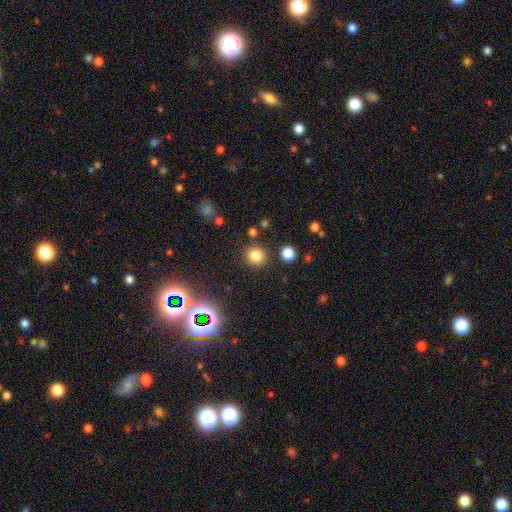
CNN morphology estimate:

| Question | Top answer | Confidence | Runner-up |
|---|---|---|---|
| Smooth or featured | smooth | 80% | star or artifact (15%) |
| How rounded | round | 92% | in between (7%) |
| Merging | none | 86% | minor disturbance (7%) |